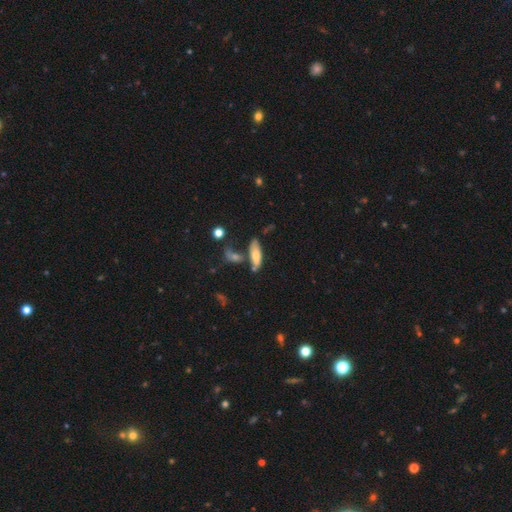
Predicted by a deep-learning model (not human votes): smooth_or_featured: smooth (p=0.64) [alt: featured or disk p=0.28]
how_rounded: in between (p=0.59) [alt: cigar-shaped p=0.39]
merging: none (p=0.52) [alt: merger p=0.21]